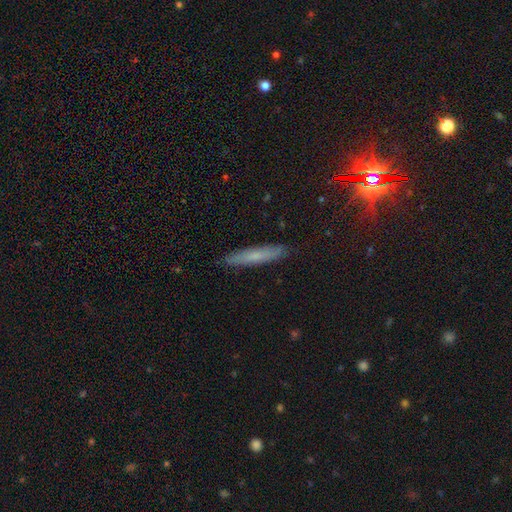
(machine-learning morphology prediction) type=smooth (61%); roundness=cigar-shaped (92%); merging=none (89%).